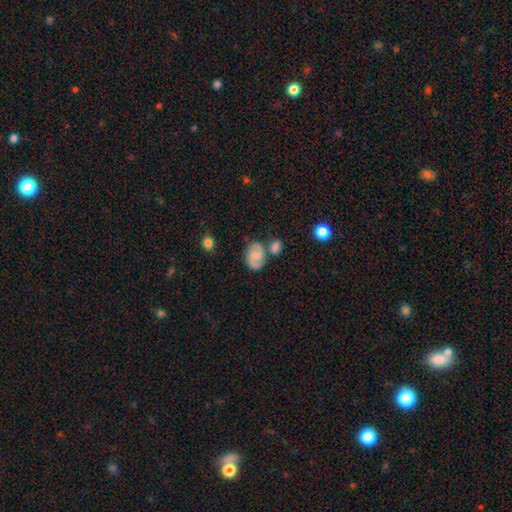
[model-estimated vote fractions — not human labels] smooth-or-featured: featured or disk: 64% | smooth: 28% | star or artifact: 8%
  disk-edge-on: no: 98% | yes: 2%
    bar: weak: 44% (tied) | no: 44% (tied) | strong: 12%
    has-spiral-arms: yes: 88% | no: 12%
      spiral-winding: medium: 51% | tight: 28% | loose: 21%
      spiral-arm-count: 2: 86% | can't tell: 7% | 1: 3% | 3: 2% | 4: 1% | more than 4: 1%
    bulge-size: none: 38% | small: 31% | moderate: 23% | large: 5% | dominant: 2%
  merging: none: 58% | minor disturbance: 18% | merger: 17% | major disturbance: 7%